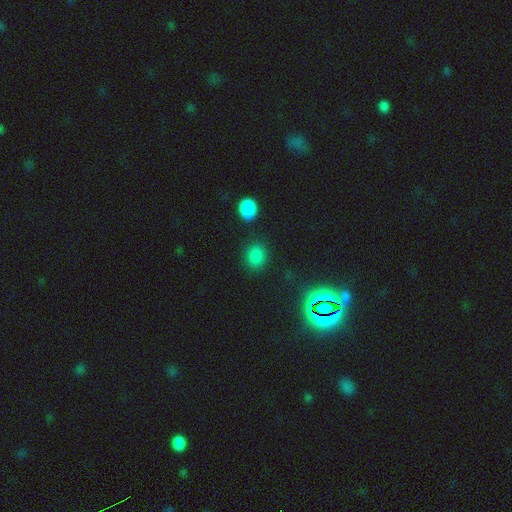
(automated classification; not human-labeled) Overall: smooth (81%). How rounded: round (63%; in between 36%). Merging: none (85%).